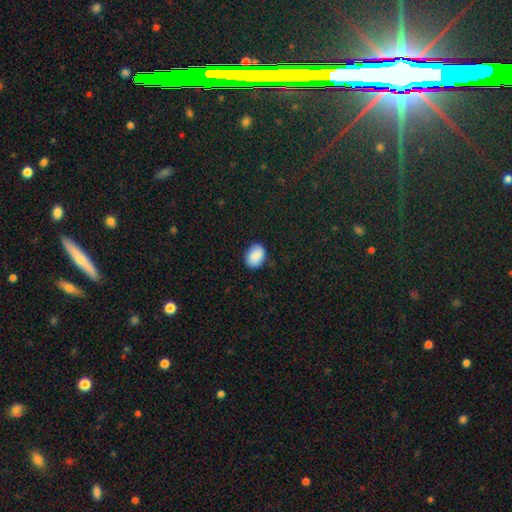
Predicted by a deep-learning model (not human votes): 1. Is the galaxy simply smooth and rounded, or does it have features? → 85% smooth, 7% star or artifact, 7% featured or disk.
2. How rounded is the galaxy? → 68% in between, 31% round, 1% cigar-shaped.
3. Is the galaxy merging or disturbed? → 84% none, 13% minor disturbance, 3% major disturbance, 1% merger.